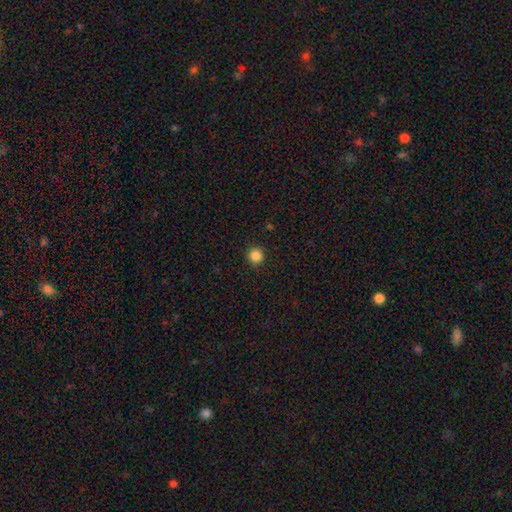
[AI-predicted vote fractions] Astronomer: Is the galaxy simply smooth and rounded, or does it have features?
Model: smooth — 85%.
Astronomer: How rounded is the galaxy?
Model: round — 95%.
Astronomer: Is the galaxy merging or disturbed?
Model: none — 92%.